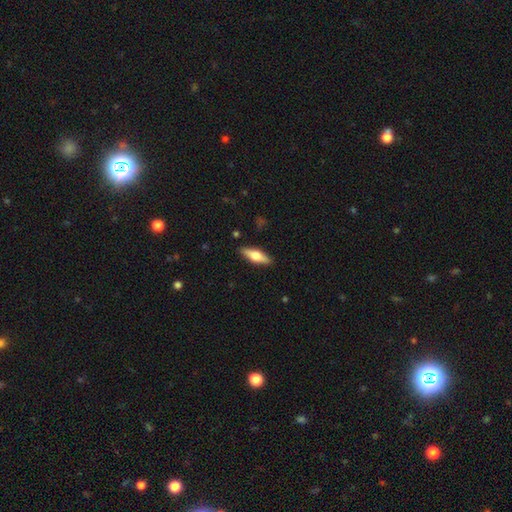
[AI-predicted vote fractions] A featured or disk galaxy (49%). Merging: none (89%).